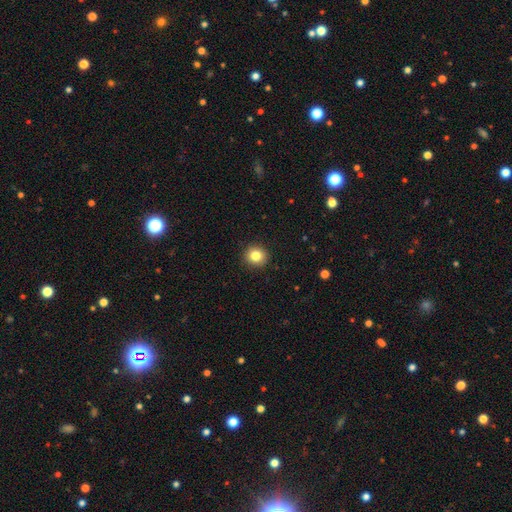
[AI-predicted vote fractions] This is clearly a smooth galaxy (83%). How rounded: clearly round (92%). Merging: clearly none (92%).